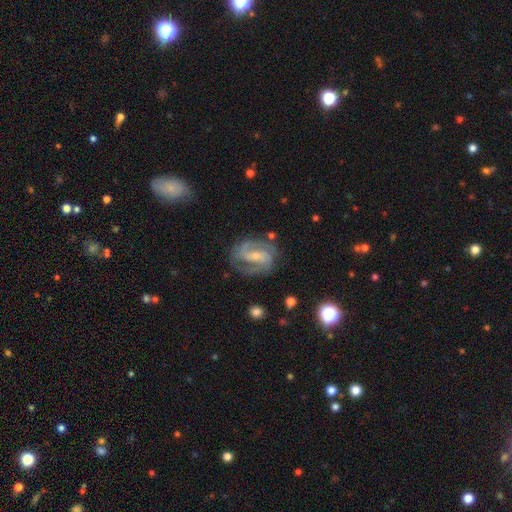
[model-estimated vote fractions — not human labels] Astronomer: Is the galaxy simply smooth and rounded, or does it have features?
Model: featured or disk — 88%.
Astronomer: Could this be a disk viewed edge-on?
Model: no — 98%.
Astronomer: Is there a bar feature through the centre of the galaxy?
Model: weak — 44% (runner-up: no, 28%).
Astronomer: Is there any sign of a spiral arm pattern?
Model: yes — 97%.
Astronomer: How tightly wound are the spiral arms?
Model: medium — 51% (runner-up: tight, 37%).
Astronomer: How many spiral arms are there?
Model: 2 — 73%.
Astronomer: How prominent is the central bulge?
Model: small — 69%.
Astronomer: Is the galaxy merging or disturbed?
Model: none — 74%.